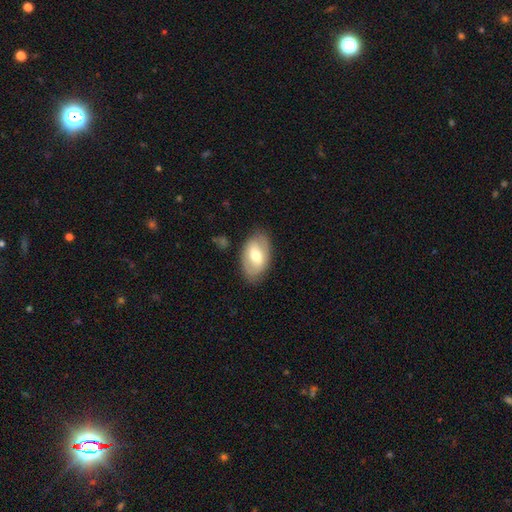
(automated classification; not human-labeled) Q: Smooth or featured?
A: smooth (55%); runner-up: featured or disk (38%)
Q: How rounded?
A: in between (91%); runner-up: round (7%)
Q: Merging?
A: none (79%); runner-up: minor disturbance (15%)